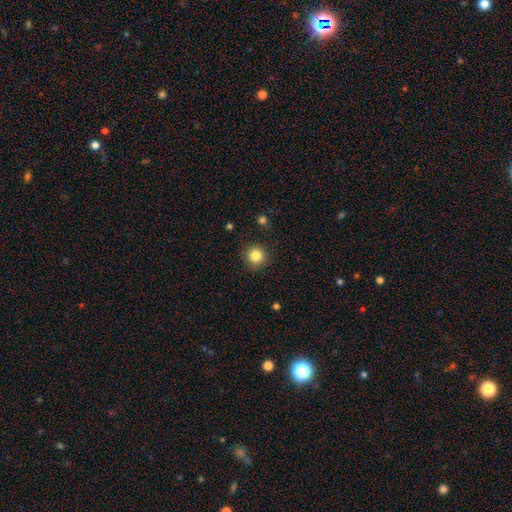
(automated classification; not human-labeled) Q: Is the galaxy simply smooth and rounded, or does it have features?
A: smooth — 84%.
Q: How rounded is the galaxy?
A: round — 94%.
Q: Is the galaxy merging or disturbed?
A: none — 89%.